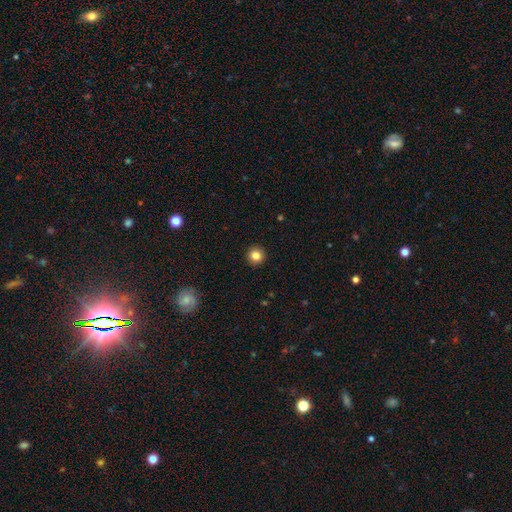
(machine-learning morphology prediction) smooth 83%, star or artifact 11%, featured or disk 6%. Down the decision tree: how rounded — round (95%); merging — none (93%).